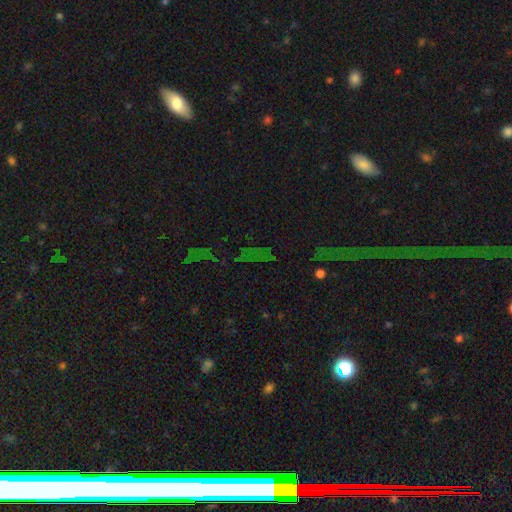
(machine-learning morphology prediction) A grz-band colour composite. It shows a star or artifact, not a galaxy (68%).